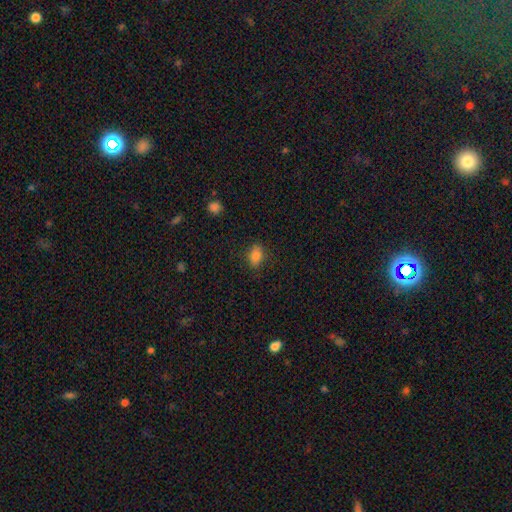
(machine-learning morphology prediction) A smooth galaxy with no disk features (84%) that is in between round and cigar-shaped (84%).

Vote fractions:
- Smooth or featured? smooth: 84% / star or artifact: 10% / featured or disk: 6%
- How rounded? in between: 84% / round: 14% / cigar-shaped: 2%
- Merging? none: 85% / minor disturbance: 11% / major disturbance: 3% / merger: 1%